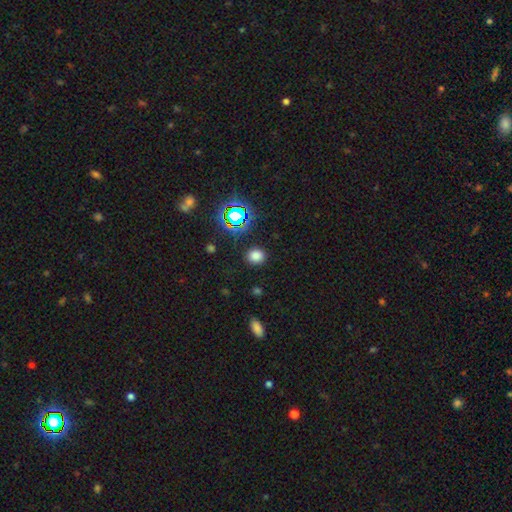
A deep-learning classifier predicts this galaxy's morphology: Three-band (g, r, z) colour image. It shows a smooth galaxy with no disk features (73%) that is round (73%). Merging: none (87%).